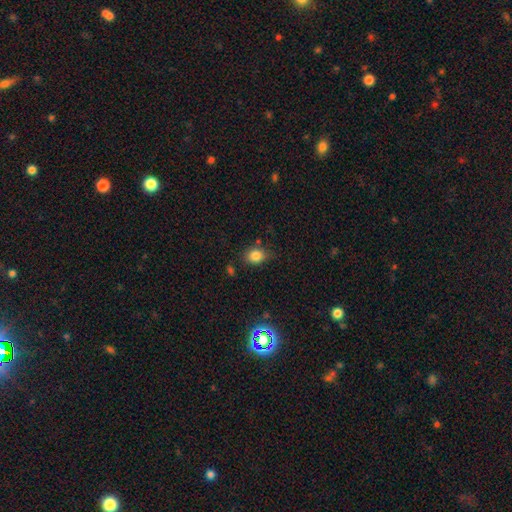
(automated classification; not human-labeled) Overall: smooth (81%). How rounded: round (53%; in between 46%). Merging: none (72%).